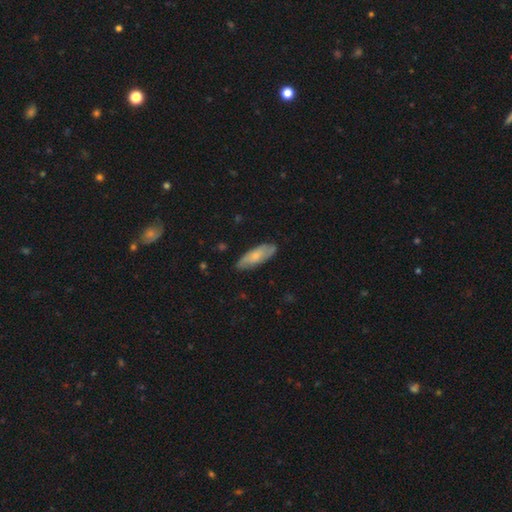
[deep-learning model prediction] The model was most divided on "smooth or featured": smooth: 63%, featured or disk: 32%, star or artifact: 5%. More confident: merging — none (79%); how rounded — in between (67%).